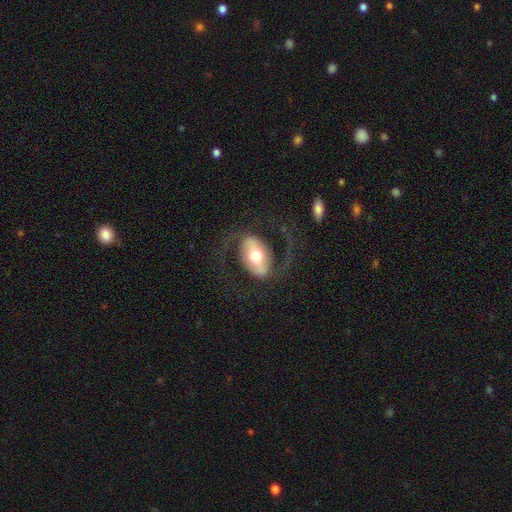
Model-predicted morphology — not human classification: Overall: featured or disk (73%). Edge-on disk: no (93%). Bar: strong (51%; weak 27%). Spiral arms: yes (76%). Spiral arm count: 2 (89%). Spiral winding: loose (47%; medium 42%). Bulge size: moderate (65%). Merging: none (69%).